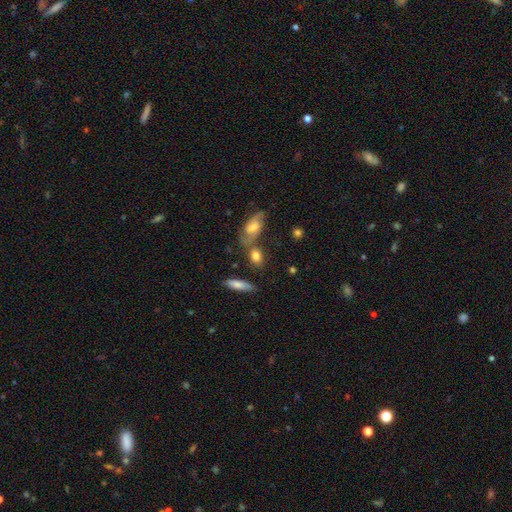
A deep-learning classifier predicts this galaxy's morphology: Q: Smooth or featured?
A: smooth (70%); runner-up: featured or disk (21%)
Q: How rounded?
A: in between (66%); runner-up: round (23%)
Q: Merging?
A: none (60%); runner-up: merger (19%)